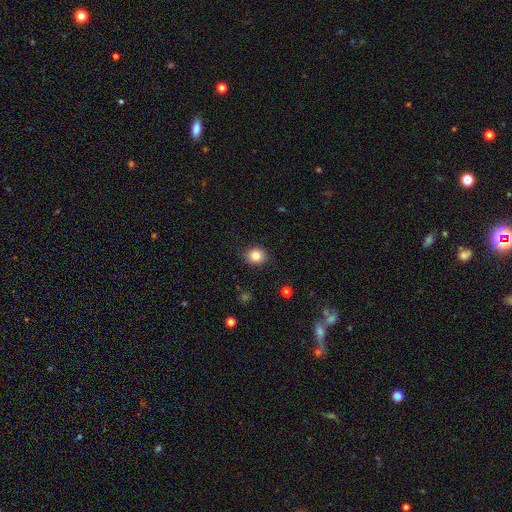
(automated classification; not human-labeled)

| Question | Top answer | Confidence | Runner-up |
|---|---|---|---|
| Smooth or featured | smooth | 84% | star or artifact (11%) |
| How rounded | round | 81% | in between (18%) |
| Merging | none | 87% | minor disturbance (9%) |